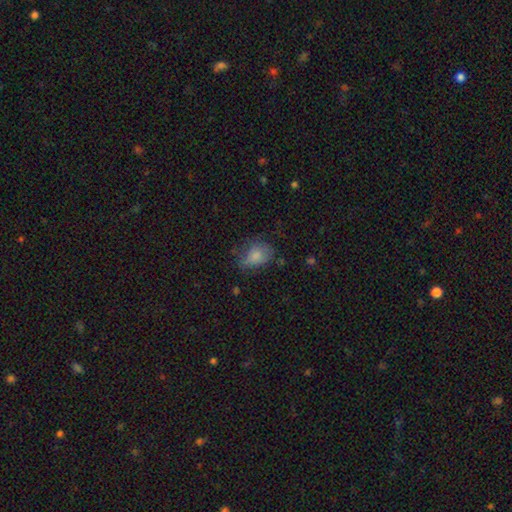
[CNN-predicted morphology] A smooth galaxy with no disk features (76%) that is in between round and cigar-shaped (68%).

Vote fractions:
- Smooth or featured? smooth: 76% / featured or disk: 14% / star or artifact: 10%
- How rounded? in between: 68% / round: 31% / cigar-shaped: 1%
- Merging? none: 46% / minor disturbance: 32% / major disturbance: 19% / merger: 3%